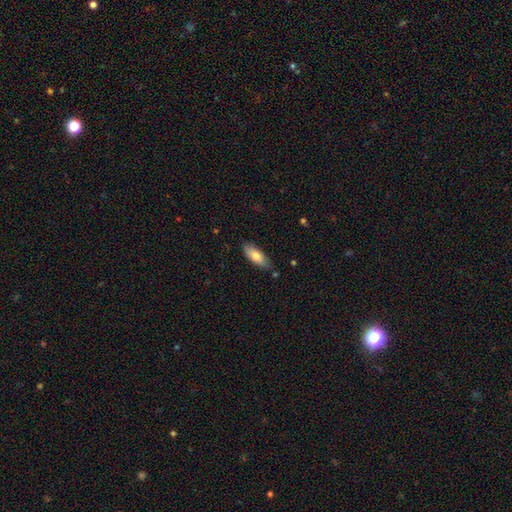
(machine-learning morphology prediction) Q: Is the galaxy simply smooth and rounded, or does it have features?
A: smooth — 77%.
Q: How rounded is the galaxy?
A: in between — 75%.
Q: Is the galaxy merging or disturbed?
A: none — 78%.